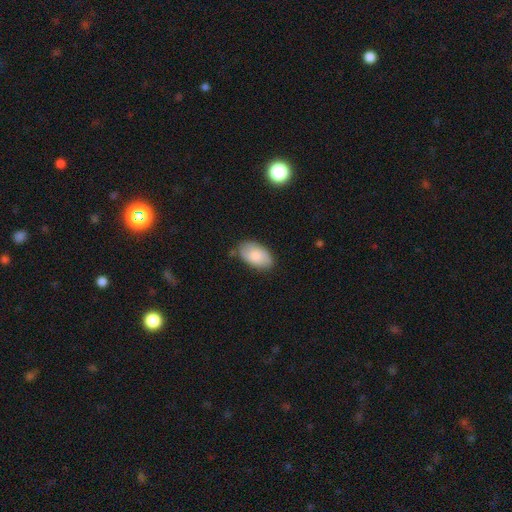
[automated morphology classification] Q: Smooth or featured?
A: smooth (76%); runner-up: featured or disk (17%)
Q: How rounded?
A: in between (94%); runner-up: round (5%)
Q: Merging?
A: none (73%); runner-up: minor disturbance (21%)